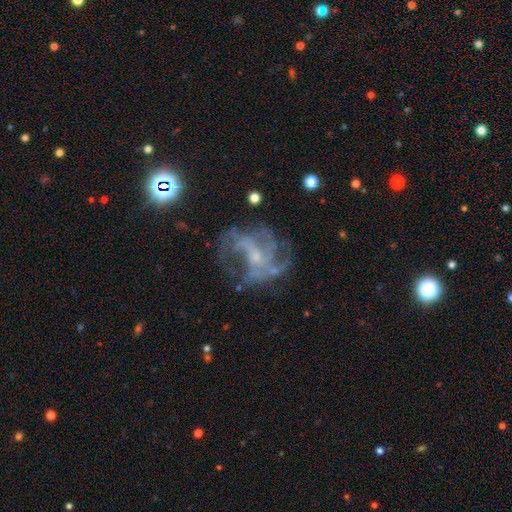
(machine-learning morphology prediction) type=featured or disk (77%); edge-on=no (97%); bar=no (48%); spiral arms=yes (82%); winding=medium (46%); arm count=can't tell (32%); bulge=small (53%); merging=none (60%).